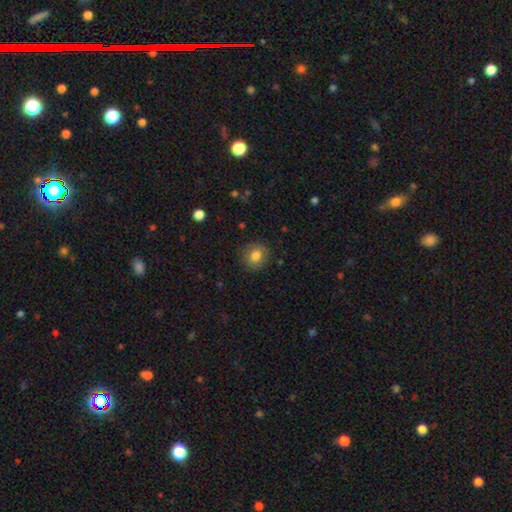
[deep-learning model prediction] smooth-or-featured: smooth: 82% | star or artifact: 10% | featured or disk: 9%
  how-rounded: round: 80% | in between: 19% | cigar-shaped: 1%
  merging: none: 87% | minor disturbance: 9% | major disturbance: 3% | merger: 1%